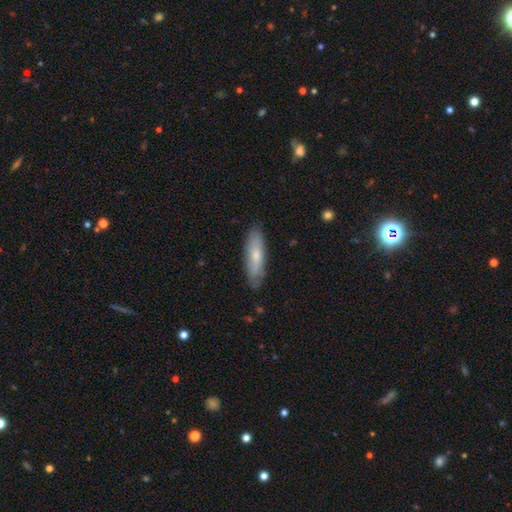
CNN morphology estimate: Smooth or featured? smooth (63%)
How rounded? cigar-shaped (60%)
Merging? none (82%)